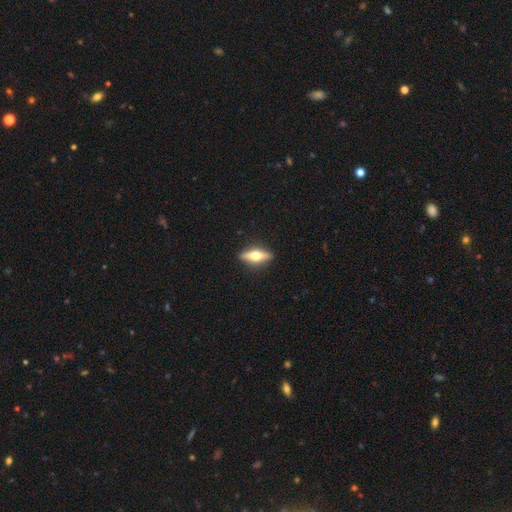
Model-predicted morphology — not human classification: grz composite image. It shows a featured or disk galaxy (63%) viewed edge-on (94%) with a rounded central bulge (96%). Merging: none (90%).